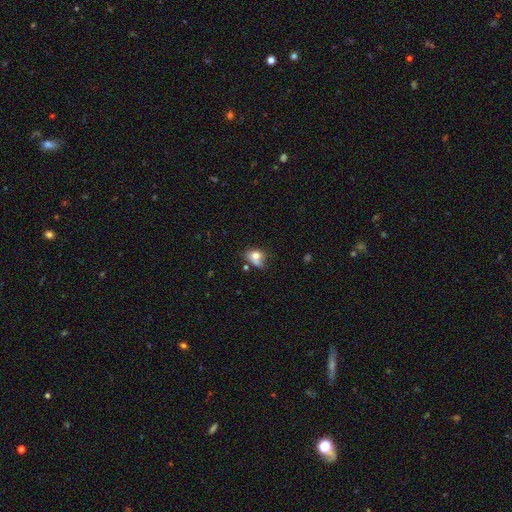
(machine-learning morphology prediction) type=smooth (71%); roundness=in between (61%); merging=none (38%).